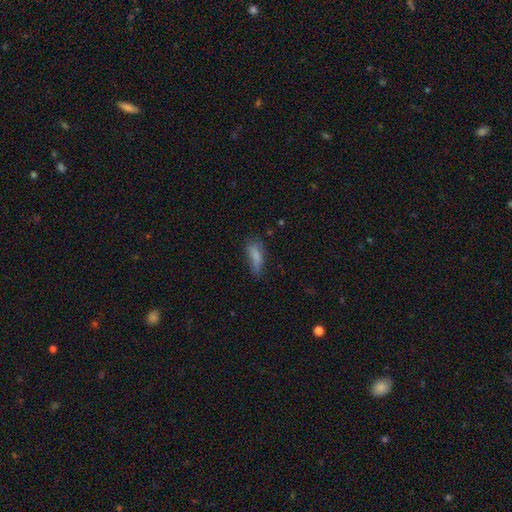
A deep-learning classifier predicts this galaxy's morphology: type=smooth (77%); roundness=in between (56%); merging=none (44%).